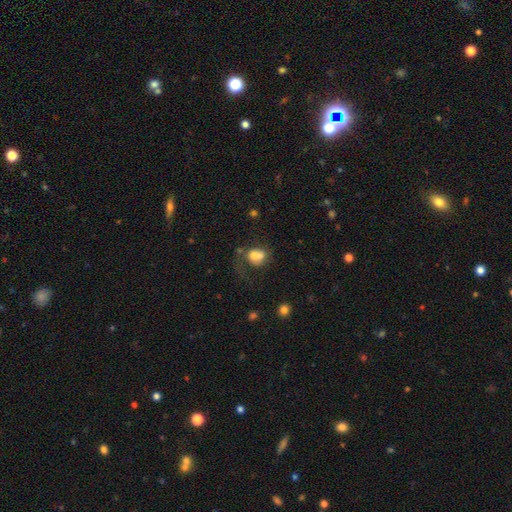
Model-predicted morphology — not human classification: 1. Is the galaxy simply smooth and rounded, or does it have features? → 68% smooth, 21% featured or disk, 11% star or artifact.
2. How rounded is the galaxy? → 50% in between, 48% round, 1% cigar-shaped.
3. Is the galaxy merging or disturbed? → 39% merger, 27% none, 19% major disturbance, 15% minor disturbance.